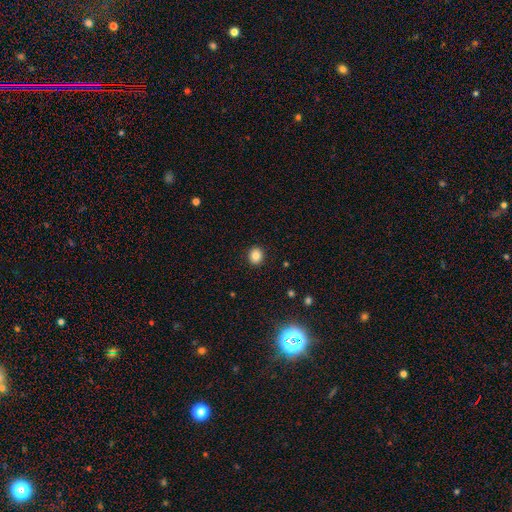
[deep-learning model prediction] Morphology: type=smooth (83%); roundness=round (79%); merging=none (91%).